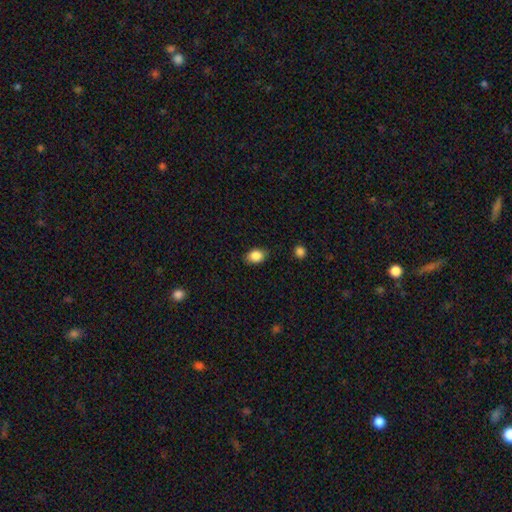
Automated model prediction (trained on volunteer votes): Smooth or featured? smooth (87%)
How rounded? in between (74%)
Merging? none (84%)